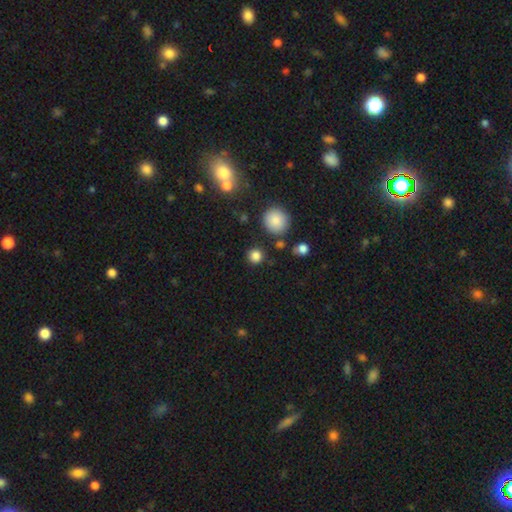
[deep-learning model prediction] Smooth or featured? smooth (83%)
How rounded? round (92%)
Merging? none (86%)